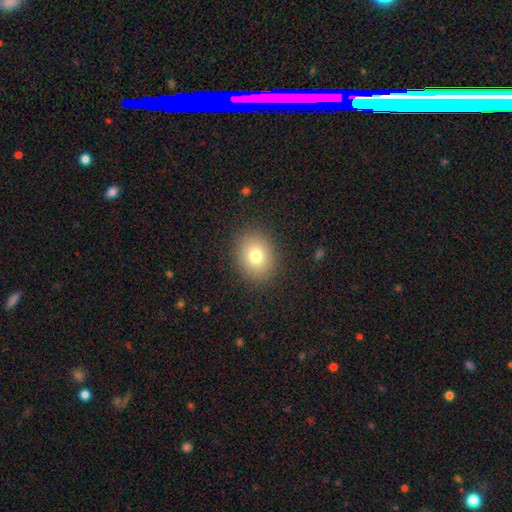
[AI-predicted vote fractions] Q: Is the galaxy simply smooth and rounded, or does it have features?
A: smooth — 77%.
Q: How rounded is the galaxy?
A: round — 61%.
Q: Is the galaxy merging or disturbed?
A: none — 88%.